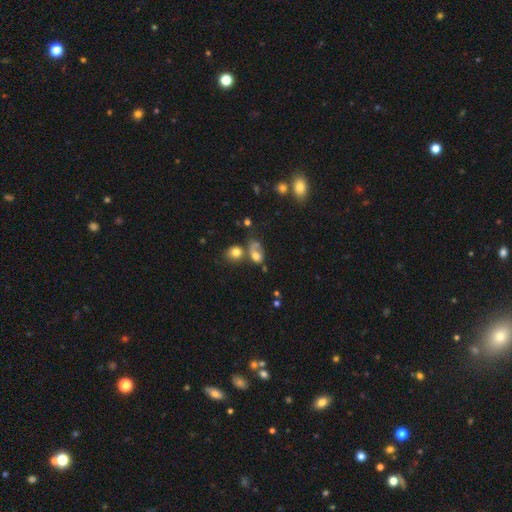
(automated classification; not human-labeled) Smooth or featured? Predicted: smooth (p=0.62). How rounded? Predicted: in between (p=0.57). Merging? Predicted: merger (p=0.35).